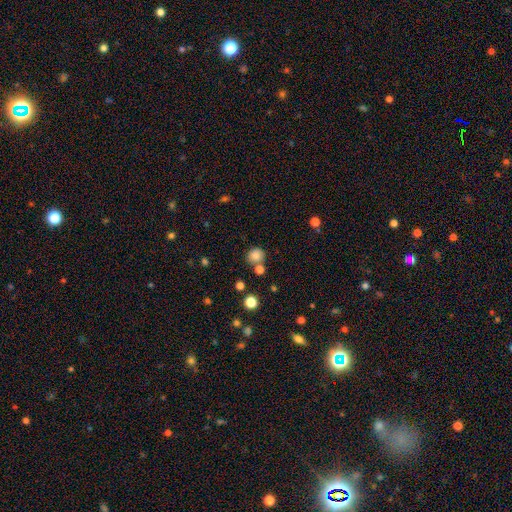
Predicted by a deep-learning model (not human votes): smooth-or-featured: smooth: 81% | star or artifact: 12% | featured or disk: 6%
  how-rounded: round: 84% | in between: 15% | cigar-shaped: 1%
  merging: none: 70% | merger: 14% | minor disturbance: 12% | major disturbance: 4%